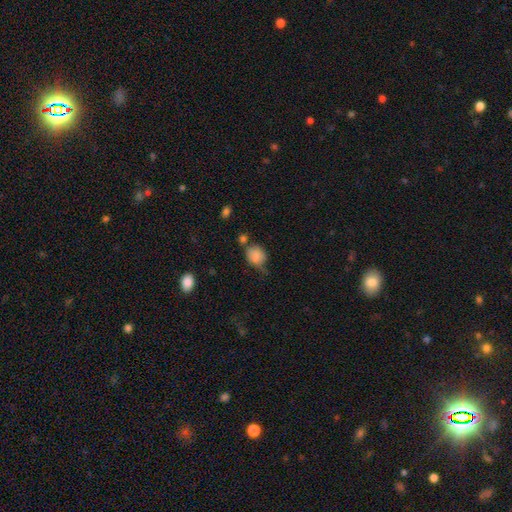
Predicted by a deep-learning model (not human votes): A smooth galaxy with no disk features (83%) that is round (68%).

Vote fractions:
- Smooth or featured? smooth: 83% / star or artifact: 10% / featured or disk: 7%
- How rounded? round: 68% / in between: 31% / cigar-shaped: 1%
- Merging? none: 45% / minor disturbance: 31% / merger: 12% / major disturbance: 11%